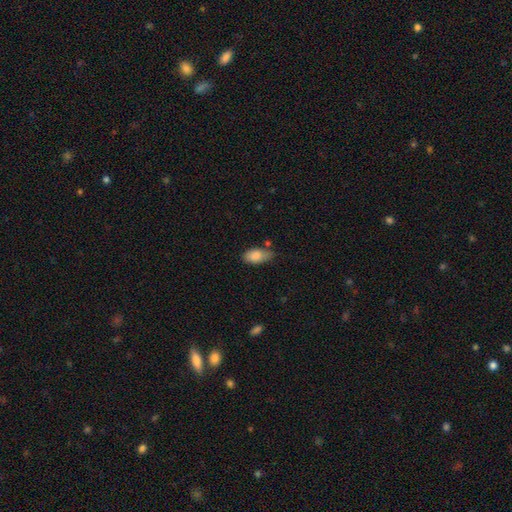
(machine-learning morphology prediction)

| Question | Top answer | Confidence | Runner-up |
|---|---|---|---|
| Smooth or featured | smooth | 86% | star or artifact (7%) |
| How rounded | in between | 91% | round (5%) |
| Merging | none | 52% | minor disturbance (34%) |